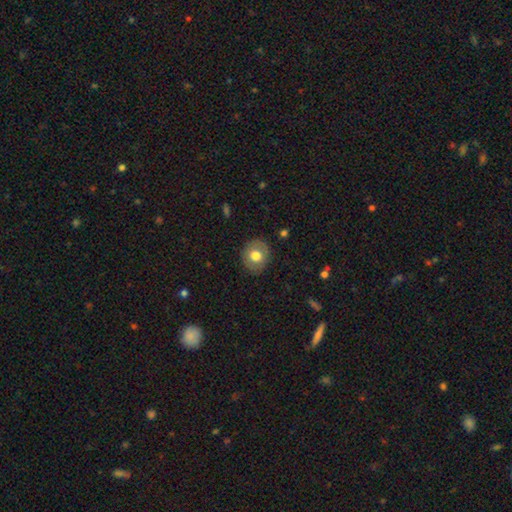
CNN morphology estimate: type=smooth (73%); roundness=round (82%); merging=none (87%).